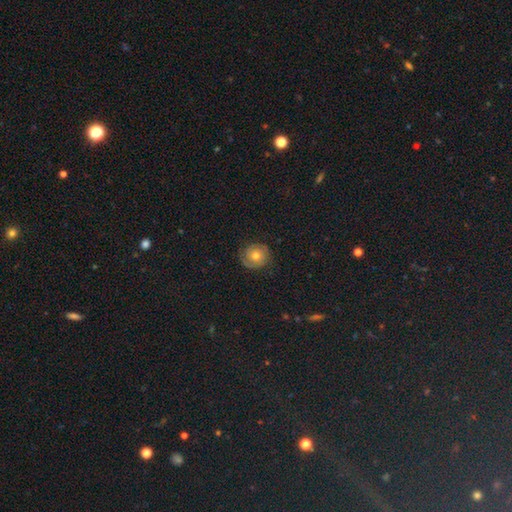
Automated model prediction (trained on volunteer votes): Smooth or featured?
  - smooth: 49% *
  - featured or disk: 41%
  - star or artifact: 10%
Merging?
  - none: 77% *
  - minor disturbance: 16%
  - major disturbance: 6%
  - merger: 1%